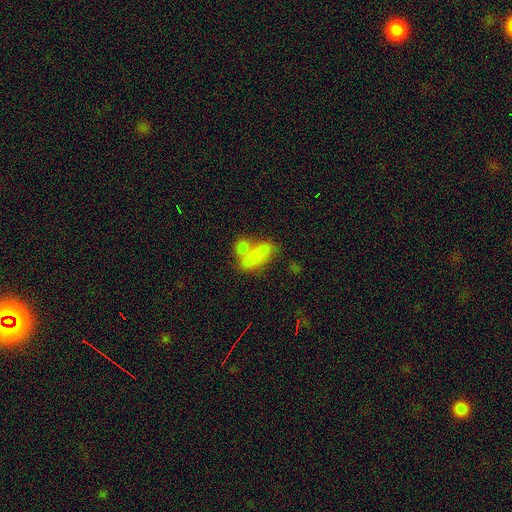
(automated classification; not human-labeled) smooth 76%, featured or disk 14%, star or artifact 10%. Down the decision tree: how rounded — in between (66%); merging — merger (46%).